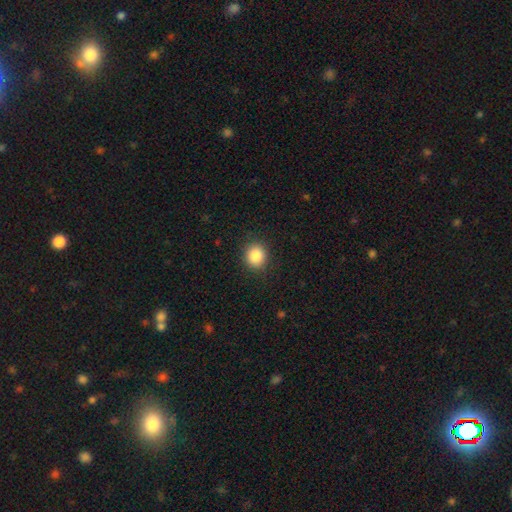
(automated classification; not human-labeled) Smooth or featured?
  - smooth: 86% *
  - star or artifact: 10%
  - featured or disk: 4%
How rounded?
  - round: 84% *
  - in between: 16%
  - cigar-shaped: 1%
Merging?
  - none: 90% *
  - minor disturbance: 7%
  - major disturbance: 2%
  - merger: 1%